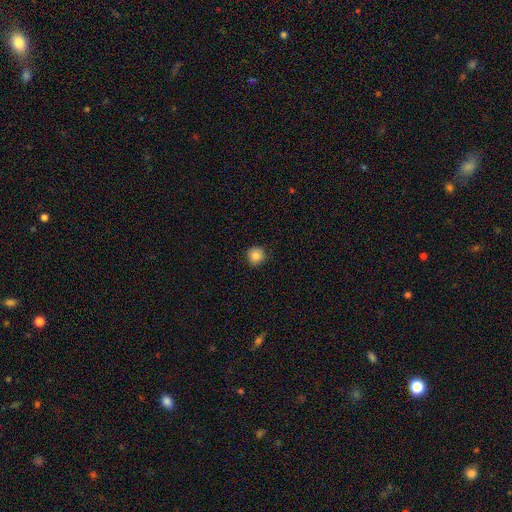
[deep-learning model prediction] smooth_or_featured: smooth (p=0.84) [alt: star or artifact p=0.10]
how_rounded: round (p=0.93) [alt: in between p=0.06]
merging: none (p=0.87) [alt: minor disturbance p=0.10]